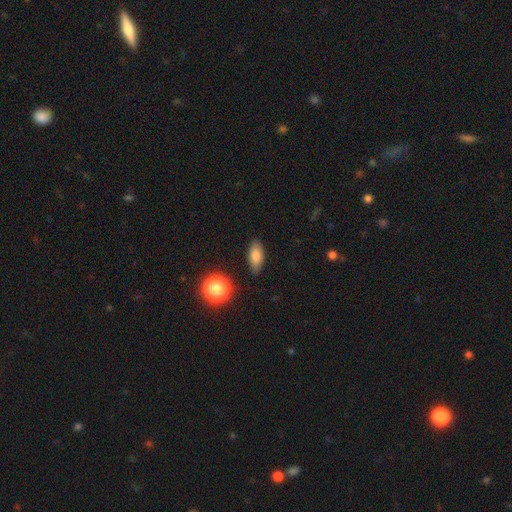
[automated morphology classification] Smooth or featured: smooth — 80% (star or artifact — 10%)
How rounded: in between — 81% (cigar-shaped — 12%)
Merging: none — 84% (minor disturbance — 11%)